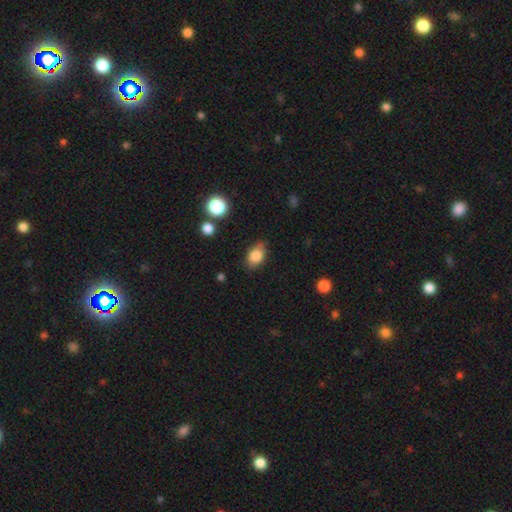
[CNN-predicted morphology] Overall: smooth (83%). How rounded: in between (82%). Merging: none (75%).